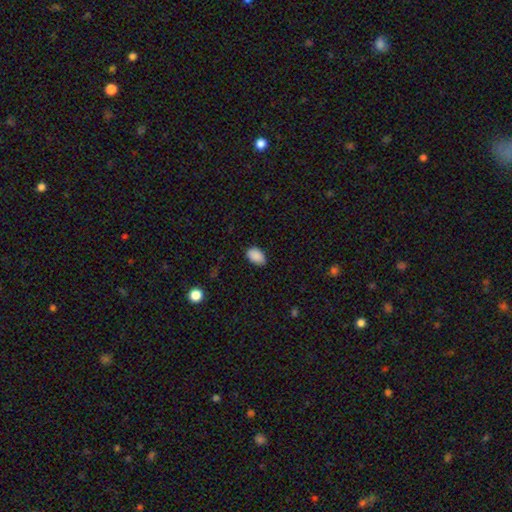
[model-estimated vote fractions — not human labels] Smooth or featured? Predicted: smooth (p=0.89). How rounded? Predicted: in between (p=0.89). Merging? Predicted: none (p=0.83).